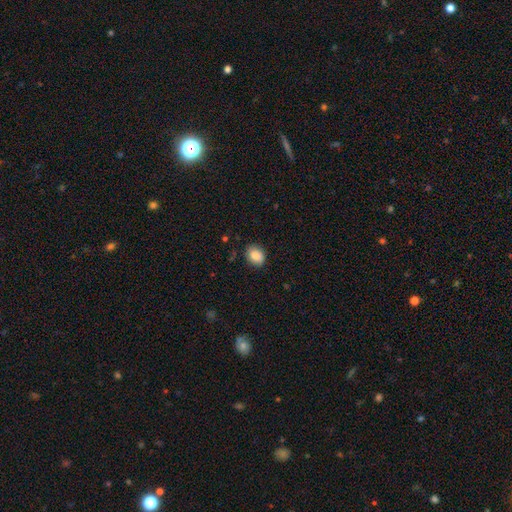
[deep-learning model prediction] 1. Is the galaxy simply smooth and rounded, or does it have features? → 88% smooth, 8% star or artifact, 4% featured or disk.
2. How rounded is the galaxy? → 60% in between, 39% round, 1% cigar-shaped.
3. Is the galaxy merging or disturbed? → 84% none, 12% minor disturbance, 3% major disturbance, 1% merger.